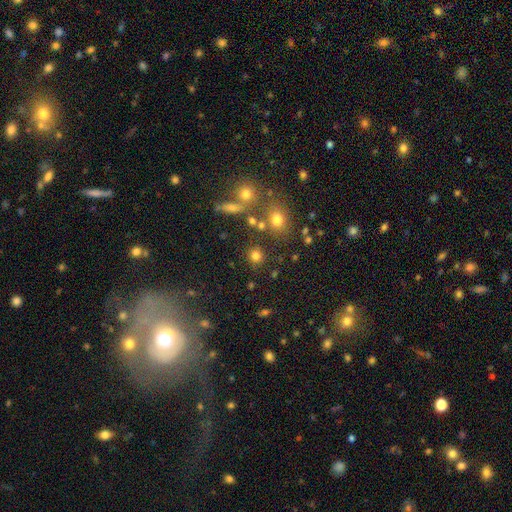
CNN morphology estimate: A smooth galaxy with no disk features (76%) that is round (87%).

Vote fractions:
- Smooth or featured? smooth: 76% / star or artifact: 17% / featured or disk: 8%
- How rounded? round: 87% / in between: 11% / cigar-shaped: 1%
- Merging? none: 80% / minor disturbance: 8% / merger: 8% / major disturbance: 4%